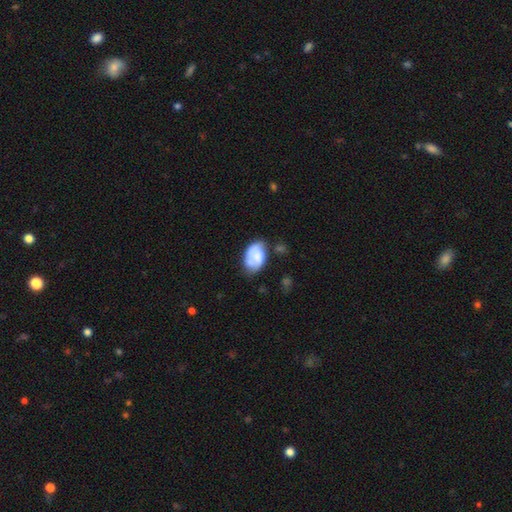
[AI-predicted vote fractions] This is possibly a smooth galaxy (60%). How rounded: clearly in between (87%). Merging: marginally none (44%).